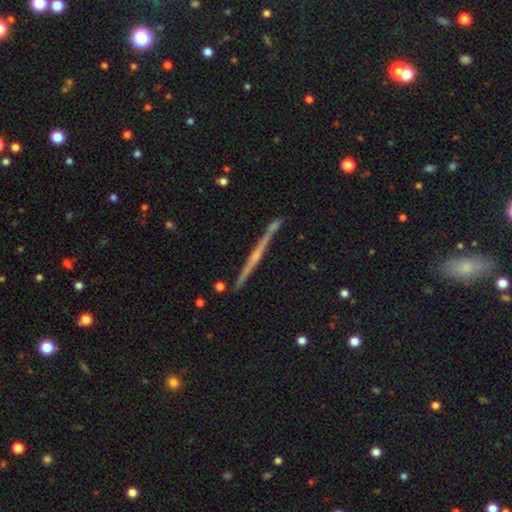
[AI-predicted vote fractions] This appears to be a featured or disk galaxy (81%) viewed edge-on (98%) with a rounded central bulge (57%). Merging: none (90%).